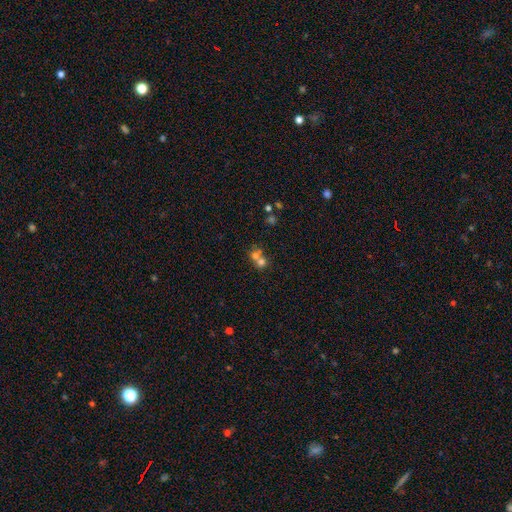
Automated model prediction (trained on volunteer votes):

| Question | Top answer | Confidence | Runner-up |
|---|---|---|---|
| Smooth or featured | smooth | 65% | featured or disk (19%) |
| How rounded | round | 79% | in between (20%) |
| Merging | merger | 62% | none (30%) |